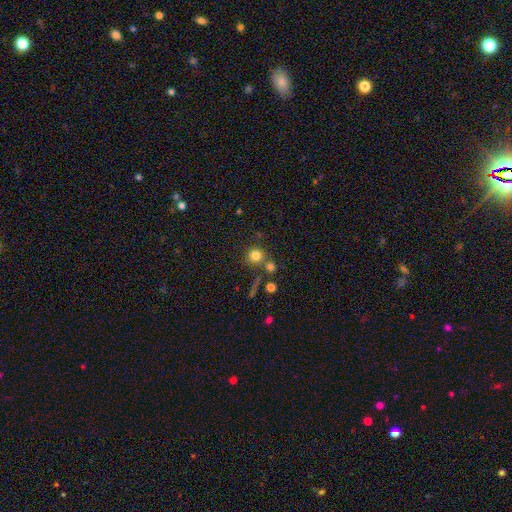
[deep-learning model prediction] A smooth galaxy with no disk features (79%) that is round (91%). Merging: none (67%).